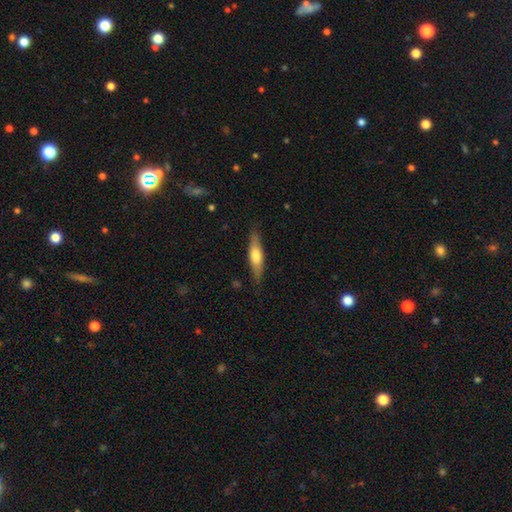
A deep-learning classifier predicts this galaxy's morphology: smooth_or_featured: smooth (p=0.58) [alt: featured or disk p=0.37]
how_rounded: cigar-shaped (p=0.69) [alt: in between p=0.29]
merging: none (p=0.83) [alt: minor disturbance p=0.13]